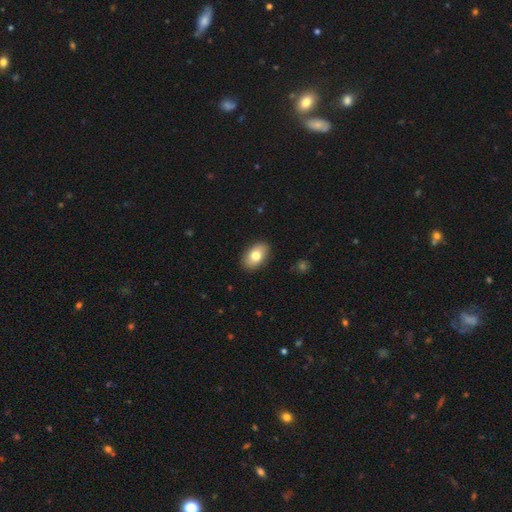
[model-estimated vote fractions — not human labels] A smooth galaxy with no disk features (78%) that is in between round and cigar-shaped (91%). Merging: none (89%).